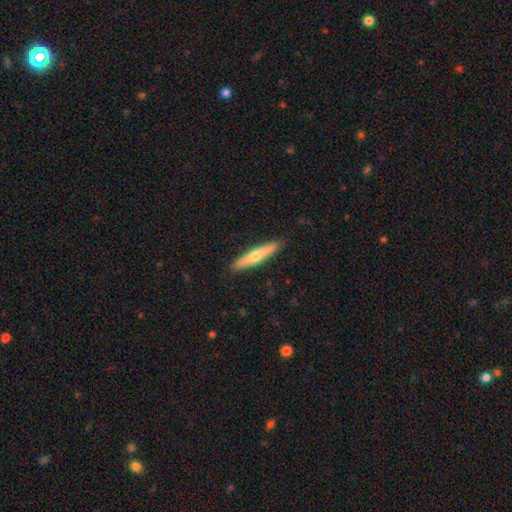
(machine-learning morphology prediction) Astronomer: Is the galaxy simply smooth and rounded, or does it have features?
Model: smooth — 50% (runner-up: featured or disk, 45%).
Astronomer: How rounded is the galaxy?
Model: cigar-shaped — 89%.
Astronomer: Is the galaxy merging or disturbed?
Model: none — 91%.